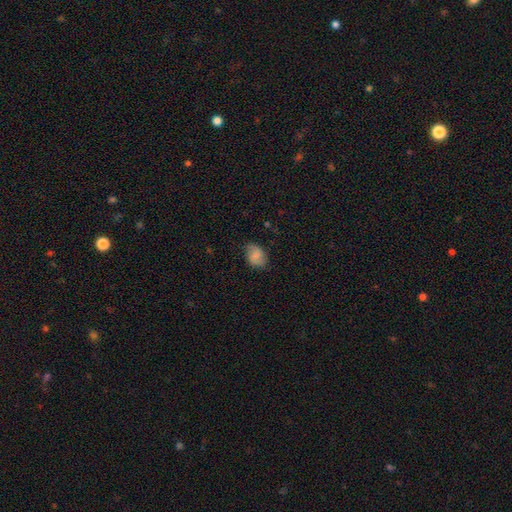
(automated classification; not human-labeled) The model was most divided on "merging": none: 71%, minor disturbance: 22%, major disturbance: 5%, merger: 1%. More confident: how rounded — in between (77%); smooth or featured — smooth (72%).